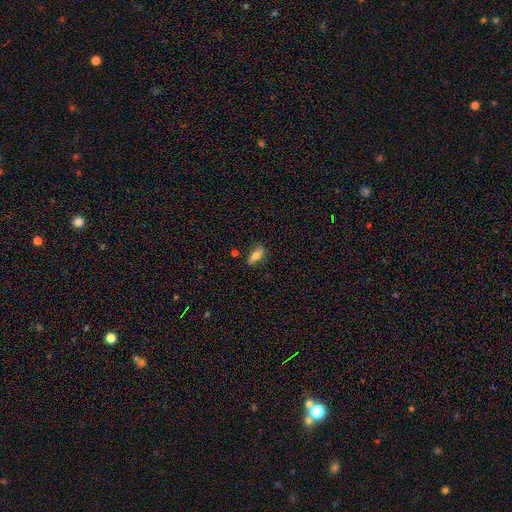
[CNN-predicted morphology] smooth_or_featured: smooth (p=0.75) [alt: featured or disk p=0.17]
how_rounded: in between (p=0.79) [alt: cigar-shaped p=0.17]
merging: none (p=0.74) [alt: minor disturbance p=0.19]